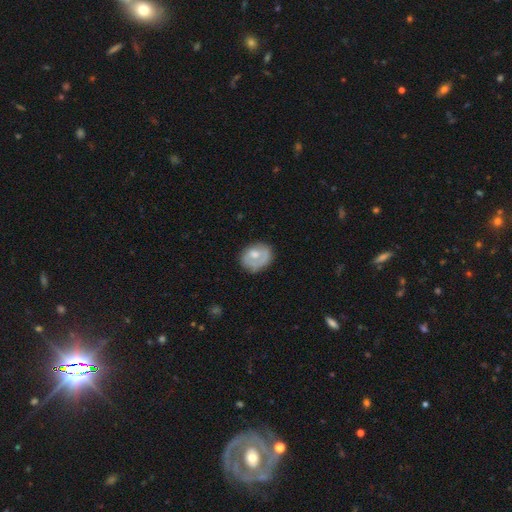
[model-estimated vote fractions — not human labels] This is possibly a smooth galaxy (50%). How rounded: possibly round (53%). Merging: likely none (61%).